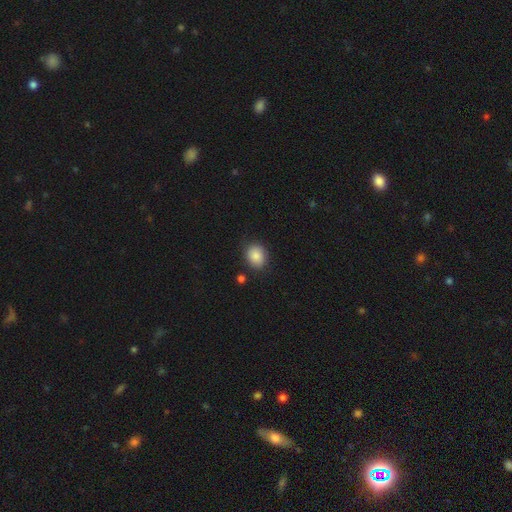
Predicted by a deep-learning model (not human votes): The model was most divided on "how rounded": round: 61%, in between: 38%, cigar-shaped: 1%. More confident: smooth or featured — smooth (84%); merging — none (82%).